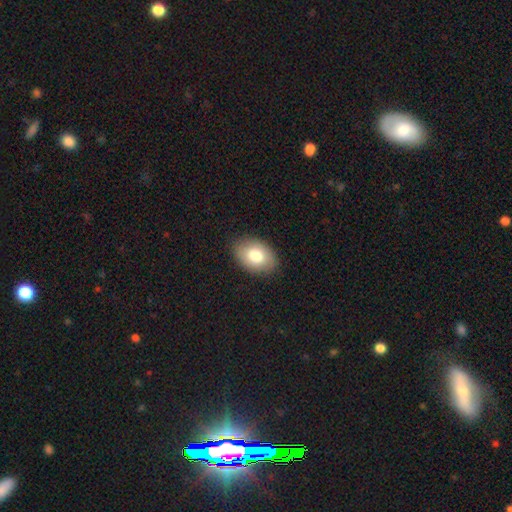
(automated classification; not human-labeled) Smooth or featured?
  - smooth: 80% *
  - featured or disk: 13%
  - star or artifact: 7%
How rounded?
  - in between: 87% *
  - round: 12%
  - cigar-shaped: 1%
Merging?
  - none: 87% *
  - minor disturbance: 10%
  - major disturbance: 2%
  - merger: 1%